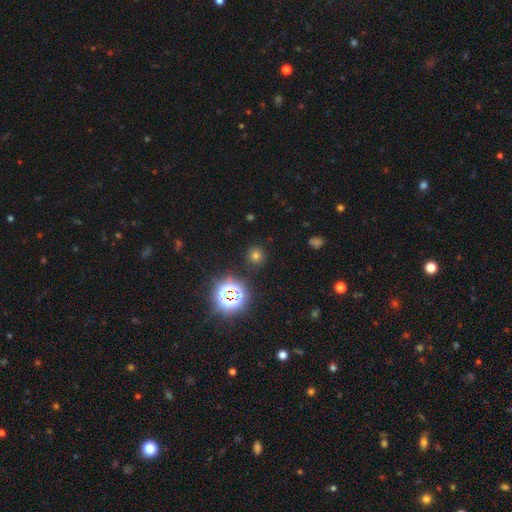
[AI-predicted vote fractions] Smooth or featured? Predicted: smooth (p=0.64). How rounded? Predicted: round (p=0.91). Merging? Predicted: none (p=0.88).